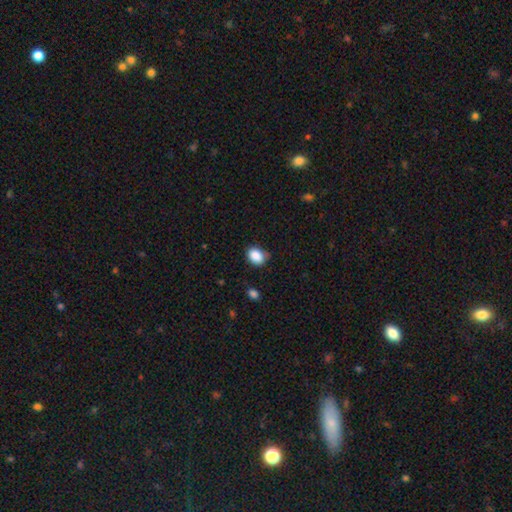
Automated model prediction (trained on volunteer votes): This appears to be a smooth galaxy with no disk features (87%) that is in between round and cigar-shaped (66%). Merging: none (71%).